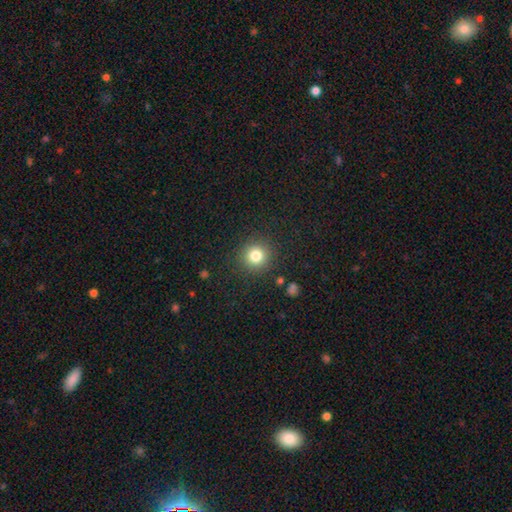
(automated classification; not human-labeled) This is clearly a smooth galaxy (80%). How rounded: clearly round (93%). Merging: clearly none (89%).